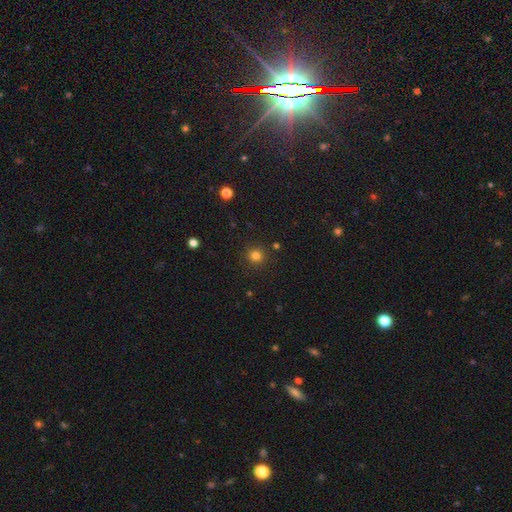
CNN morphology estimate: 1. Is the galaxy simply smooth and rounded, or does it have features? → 80% smooth, 15% star or artifact, 5% featured or disk.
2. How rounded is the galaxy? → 94% round, 5% in between, 1% cigar-shaped.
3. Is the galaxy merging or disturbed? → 90% none, 6% minor disturbance, 2% major disturbance, 2% merger.